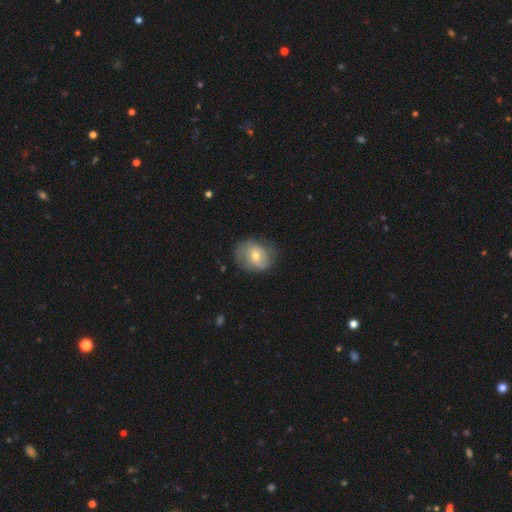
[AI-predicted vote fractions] Smooth or featured: smooth — 50% (featured or disk — 43%)
Merging: none — 64% (minor disturbance — 25%)